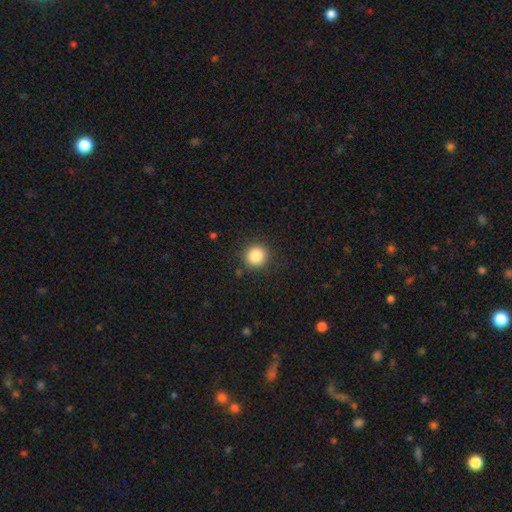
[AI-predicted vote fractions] A smooth galaxy with no disk features (86%) that is round (93%). Merging: none (89%).